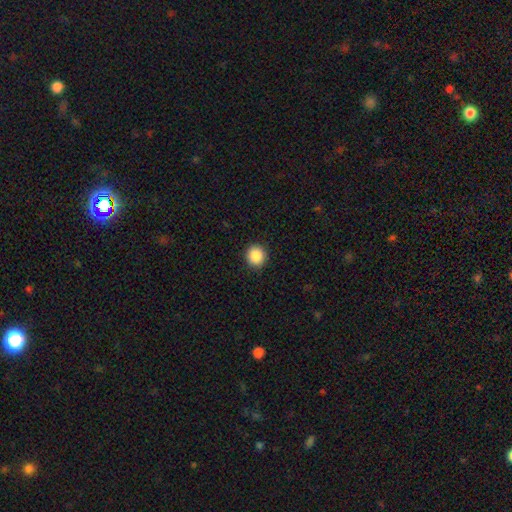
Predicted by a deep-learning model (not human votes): This appears to be a smooth galaxy with no disk features (89%) that is round (91%). Merging: none (92%).